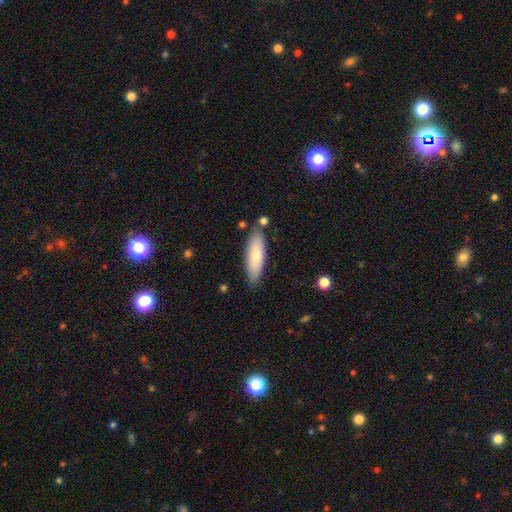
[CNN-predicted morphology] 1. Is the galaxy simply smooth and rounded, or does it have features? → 76% smooth, 19% featured or disk, 5% star or artifact.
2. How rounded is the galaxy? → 56% cigar-shaped, 43% in between, 2% round.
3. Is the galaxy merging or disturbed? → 80% none, 13% minor disturbance, 4% merger, 2% major disturbance.